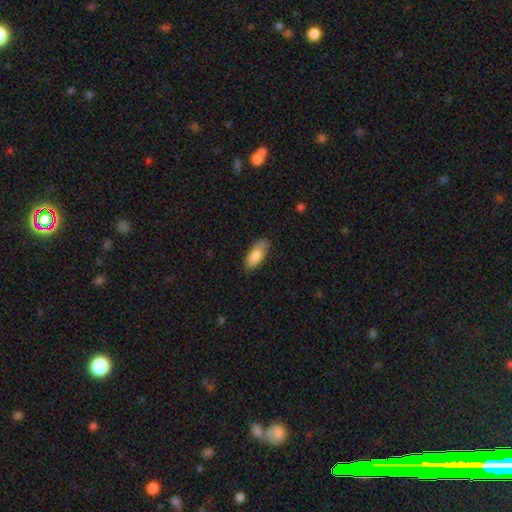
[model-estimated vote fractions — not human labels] This is clearly a smooth galaxy (82%). How rounded: clearly in between (83%). Merging: likely none (79%).